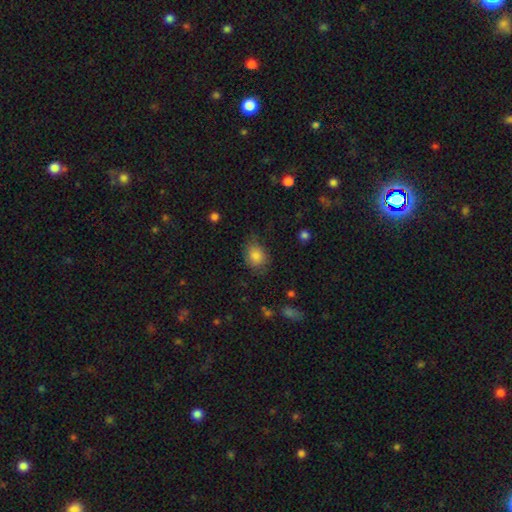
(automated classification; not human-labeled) Smooth or featured?
  - smooth: 82% *
  - star or artifact: 9%
  - featured or disk: 9%
How rounded?
  - in between: 51% *
  - round: 48%
  - cigar-shaped: 1%
Merging?
  - none: 63% *
  - minor disturbance: 27%
  - major disturbance: 9%
  - merger: 1%